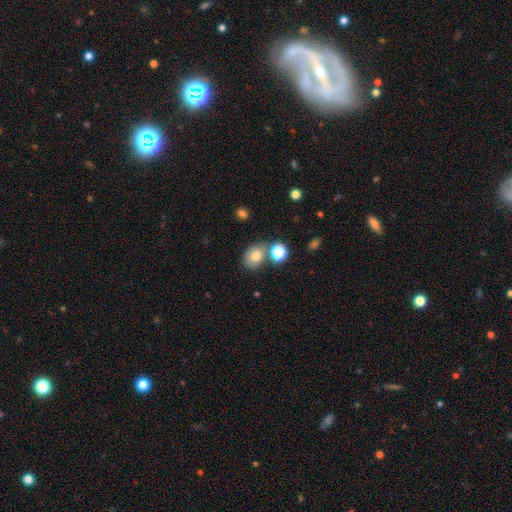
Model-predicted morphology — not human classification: Smooth or featured? Predicted: smooth (p=0.77). How rounded? Predicted: in between (p=0.54). Merging? Predicted: none (p=0.62).